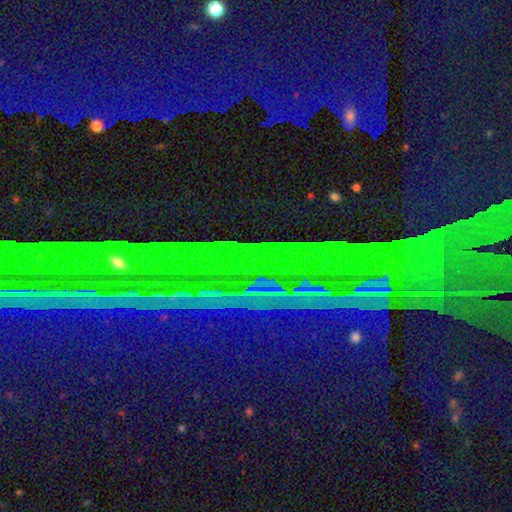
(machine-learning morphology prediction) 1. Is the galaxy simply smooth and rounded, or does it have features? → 81% star or artifact, 11% featured or disk, 7% smooth.